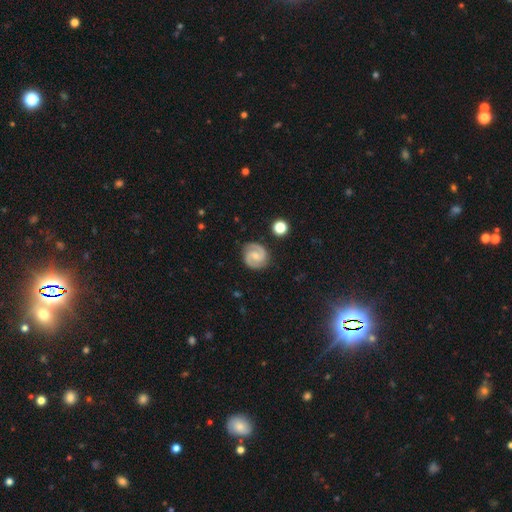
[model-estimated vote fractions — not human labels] A featured or disk galaxy (86%) with no bar (45%), 2 (93%) medium (48%) spiral arms (98%) and a small central bulge (53%).

Vote fractions:
- Smooth or featured? featured or disk: 86% / smooth: 9% / star or artifact: 5%
- Edge-on disk? no: 98% / yes: 2%
- Bar? no: 45% / weak: 44% / strong: 12%
- Spiral arms? yes: 98% / no: 2%
- Spiral winding? medium: 48% / tight: 43% / loose: 9%
- Spiral arm count? 2: 93% / can't tell: 2% / 3: 1% / 1: 1% / 4: 1% / more than 4: 1%
- Bulge size? small: 53% / moderate: 29% / none: 15% / large: 2% / dominant: 1%
- Merging? none: 86% / minor disturbance: 10% / major disturbance: 3% / merger: 2%